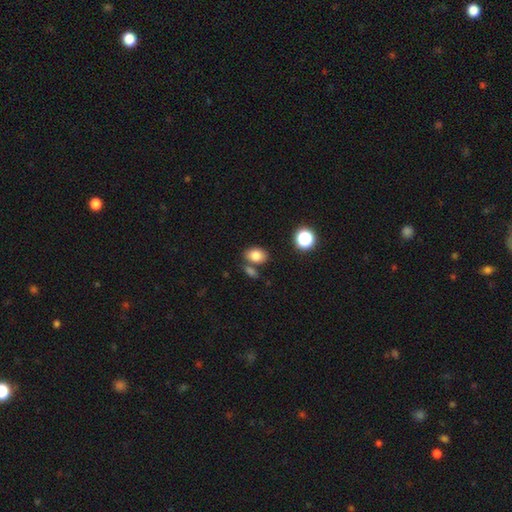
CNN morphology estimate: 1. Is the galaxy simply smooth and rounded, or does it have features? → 81% smooth, 11% star or artifact, 8% featured or disk.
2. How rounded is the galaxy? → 75% in between, 24% round, 1% cigar-shaped.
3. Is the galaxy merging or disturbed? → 68% none, 16% merger, 13% minor disturbance, 4% major disturbance.